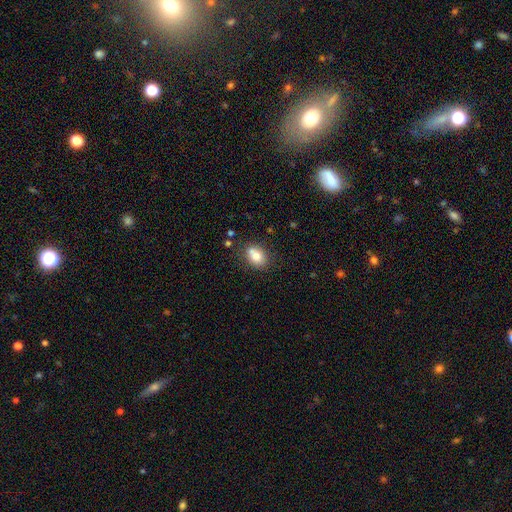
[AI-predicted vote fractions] Morphology: type=smooth (76%); roundness=in between (61%); merging=none (62%).